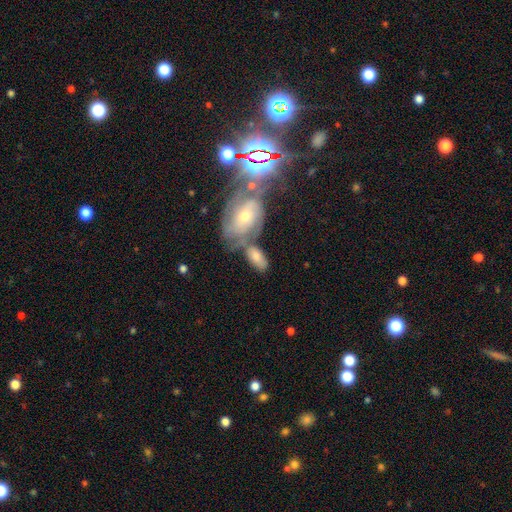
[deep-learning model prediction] A featured or disk galaxy (45%). Merging: none (43%).